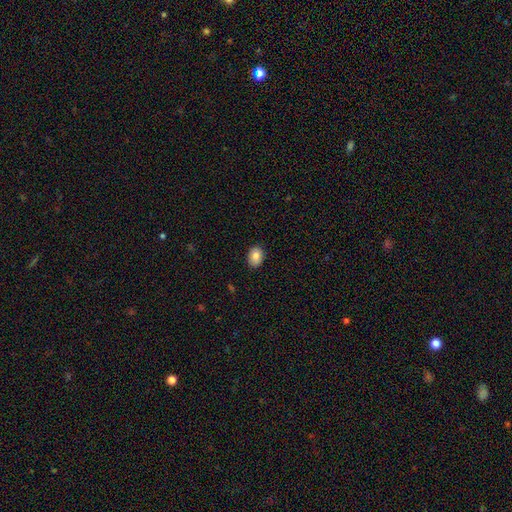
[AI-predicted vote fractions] smooth-or-featured: smooth: 84% | star or artifact: 8% | featured or disk: 8%
  how-rounded: in between: 75% | round: 24% | cigar-shaped: 1%
  merging: none: 88% | minor disturbance: 10% | major disturbance: 2% | merger: 1%